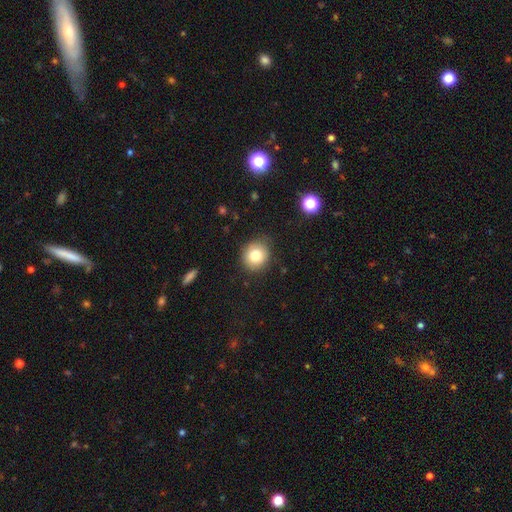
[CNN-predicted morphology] A smooth galaxy with no disk features (79%) that is round (84%). Merging: none (85%).